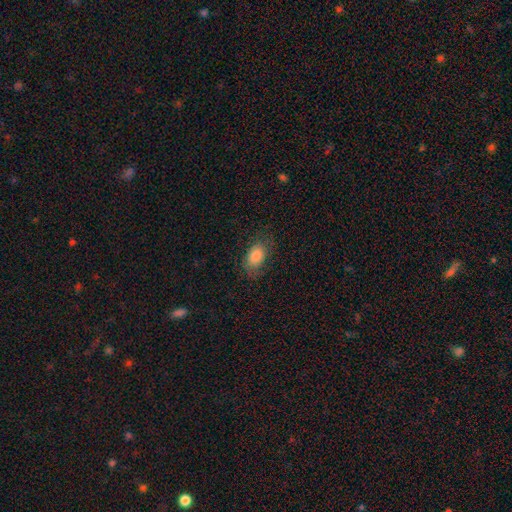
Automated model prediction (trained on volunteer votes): This is clearly a smooth galaxy (81%). How rounded: clearly in between (87%). Merging: likely none (72%).